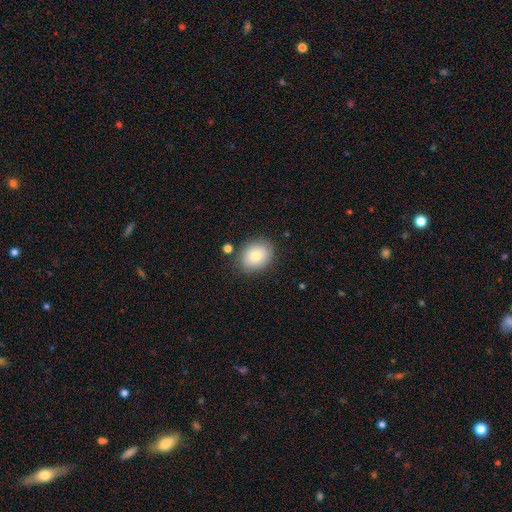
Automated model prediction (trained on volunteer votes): Overall: smooth (80%). How rounded: in between (50%; round 49%). Merging: none (82%).